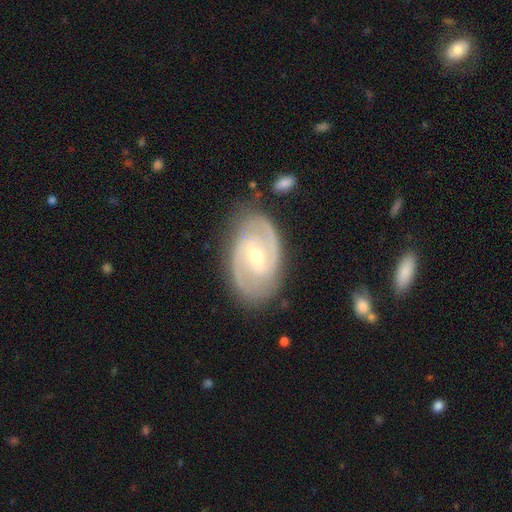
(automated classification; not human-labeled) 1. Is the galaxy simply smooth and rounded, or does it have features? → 87% featured or disk, 8% smooth, 5% star or artifact.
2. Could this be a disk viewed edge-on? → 96% no, 4% yes.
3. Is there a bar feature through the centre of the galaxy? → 53% weak, 26% strong, 21% no.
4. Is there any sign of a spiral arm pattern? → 96% yes, 4% no.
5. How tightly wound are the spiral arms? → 47% tight, 44% medium, 9% loose.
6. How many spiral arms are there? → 82% 2, 7% can't tell, 6% 3, 2% 1, 2% 4, 1% more than 4.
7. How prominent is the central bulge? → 51% small, 46% moderate, 1% large, 1% none, 1% dominant.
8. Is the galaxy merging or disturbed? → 80% none, 14% minor disturbance, 4% major disturbance, 2% merger.